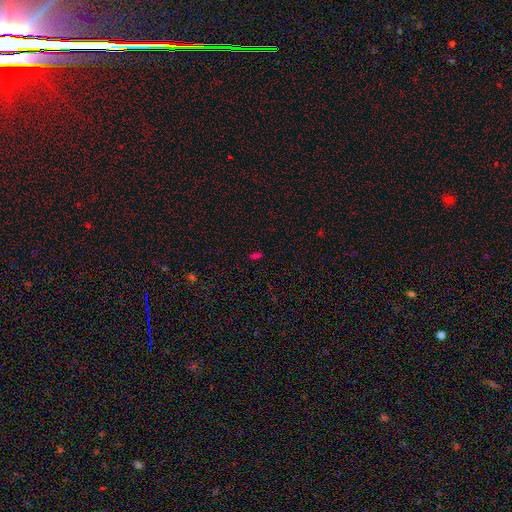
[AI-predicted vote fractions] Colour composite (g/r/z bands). It shows a smooth galaxy with no disk features (59%) that is in between round and cigar-shaped (78%). Merging: none (80%).